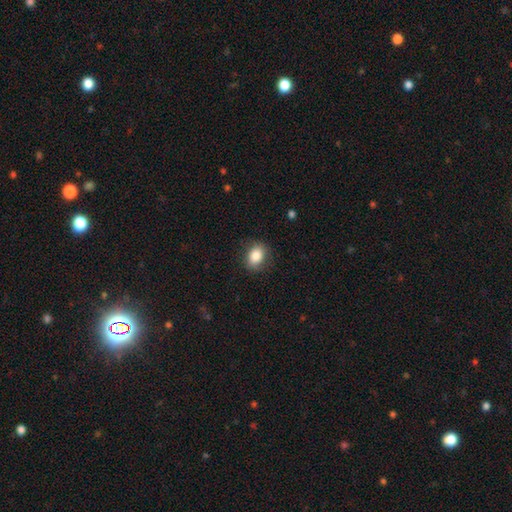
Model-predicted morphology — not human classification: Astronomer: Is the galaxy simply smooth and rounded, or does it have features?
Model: smooth — 84%.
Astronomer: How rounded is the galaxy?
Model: in between — 63%.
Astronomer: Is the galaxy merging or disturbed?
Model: none — 81%.